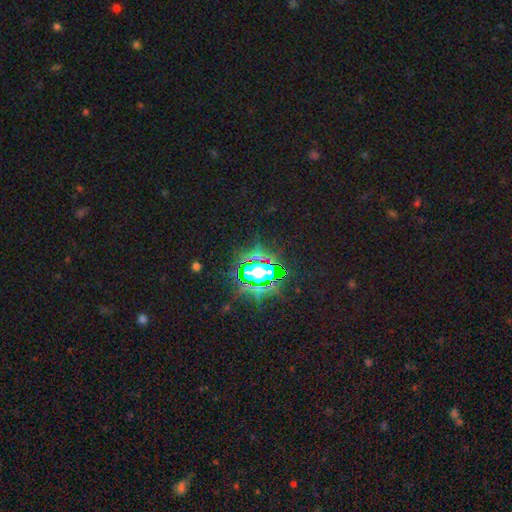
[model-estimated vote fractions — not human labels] smooth-or-featured: star or artifact: 81% | smooth: 12% | featured or disk: 7%